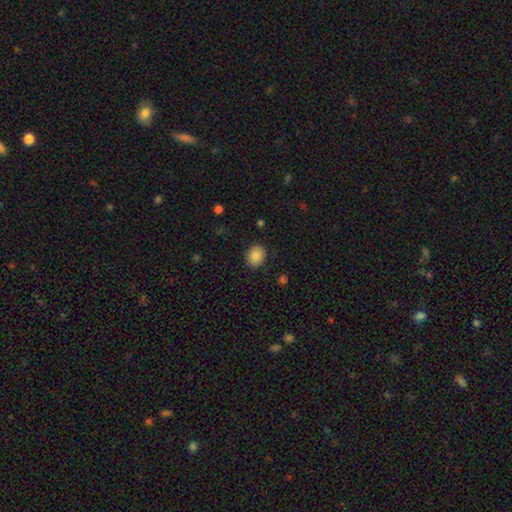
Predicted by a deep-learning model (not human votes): Overall: smooth (85%). How rounded: round (58%; in between 41%). Merging: none (89%).